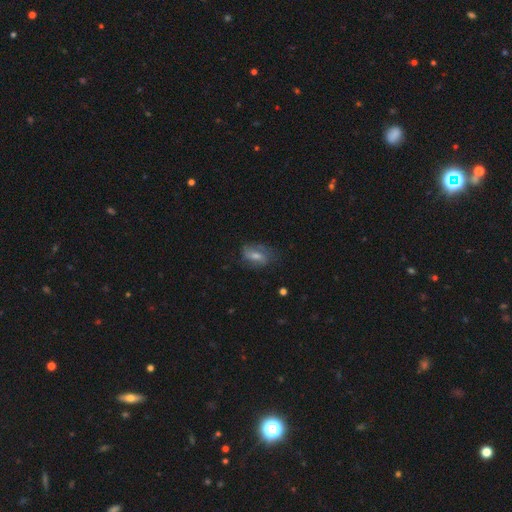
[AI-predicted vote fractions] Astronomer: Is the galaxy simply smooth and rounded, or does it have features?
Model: smooth — 55% (runner-up: featured or disk, 36%).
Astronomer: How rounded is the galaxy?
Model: in between — 82%.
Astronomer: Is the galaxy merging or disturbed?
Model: none — 59%.